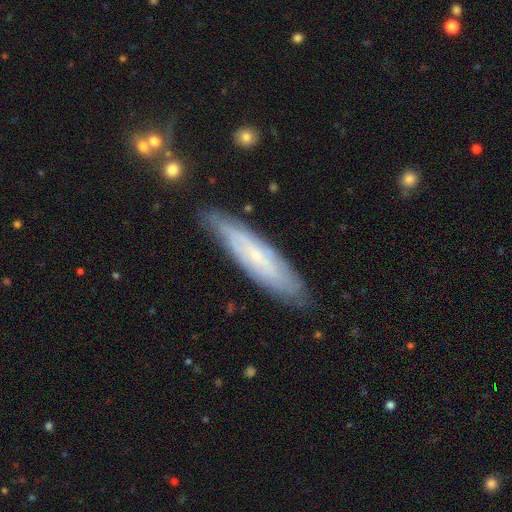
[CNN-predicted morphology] Smooth or featured?
  - featured or disk: 60% *
  - smooth: 33%
  - star or artifact: 7%
Edge-on disk?
  - no: 52% *
  - yes: 48%
Merging?
  - none: 81% *
  - minor disturbance: 15%
  - major disturbance: 3%
  - merger: 2%